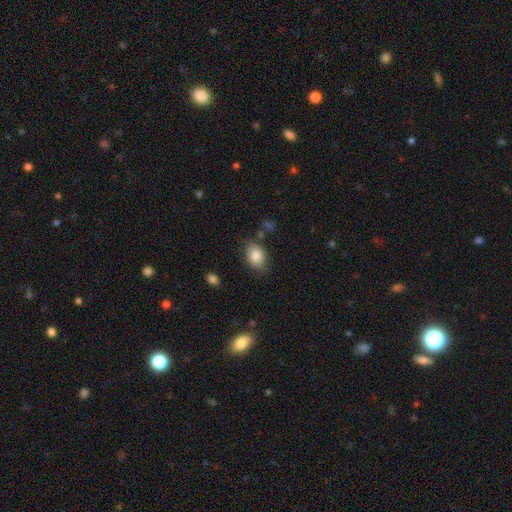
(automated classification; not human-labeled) Overall: smooth (85%). How rounded: in between (78%). Merging: none (77%).